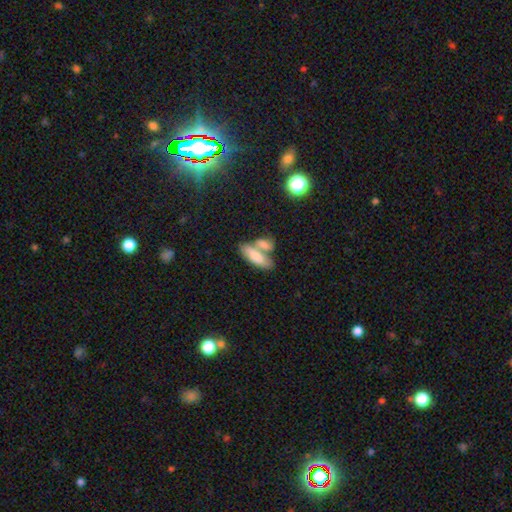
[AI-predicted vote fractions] Morphology: type=smooth (77%); roundness=in between (68%); merging=merger (51%).